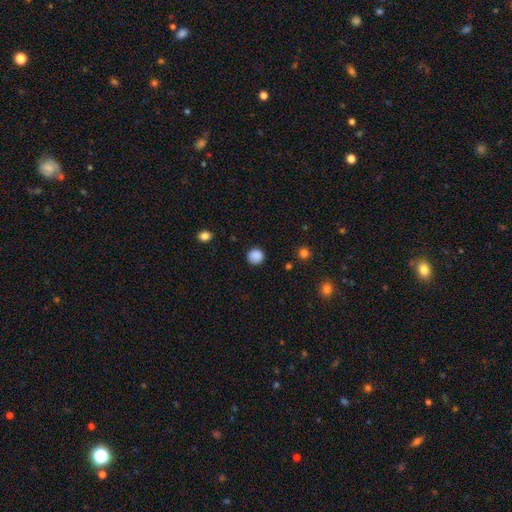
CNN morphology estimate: Smooth or featured? smooth (87%)
How rounded? round (92%)
Merging? none (89%)